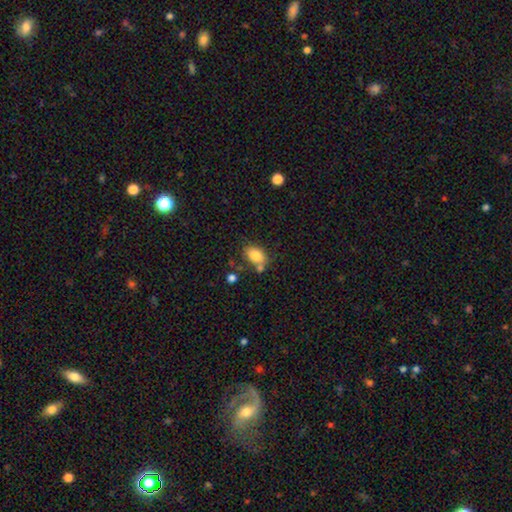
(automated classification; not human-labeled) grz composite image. It shows a smooth galaxy with no disk features (80%) that is in between round and cigar-shaped (83%). Merging: none (60%).